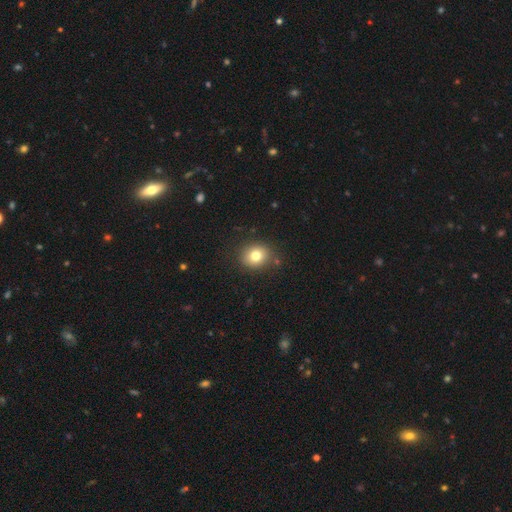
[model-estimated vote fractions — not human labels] smooth-or-featured: smooth: 78% | star or artifact: 11% | featured or disk: 11%
  how-rounded: round: 66% | in between: 33% | cigar-shaped: 1%
  merging: none: 83% | minor disturbance: 11% | major disturbance: 3% | merger: 2%